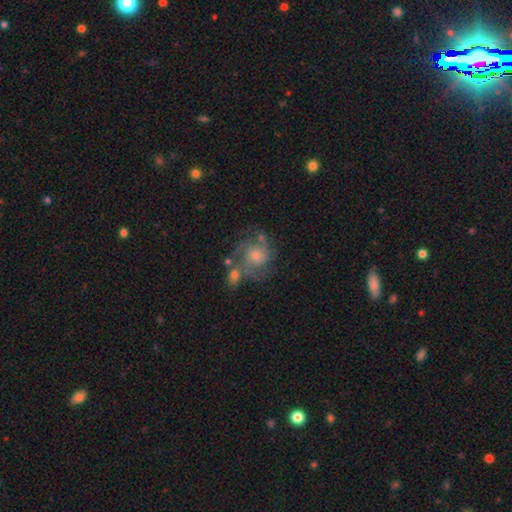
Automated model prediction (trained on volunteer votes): Overall: featured or disk (76%). Edge-on disk: no (98%). Bar: no (76%). Spiral arms: yes (93%). Spiral arm count: 3 (31%; 2 28%). Spiral winding: medium (46%; tight 41%). Bulge size: small (47%; moderate 44%). Merging: none (56%; minor disturbance 17%).